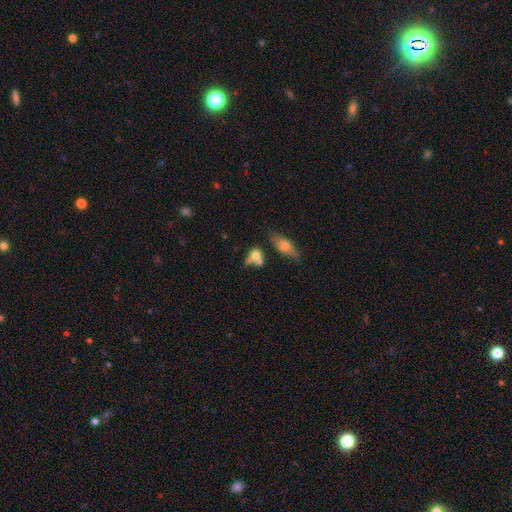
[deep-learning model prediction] Smooth or featured? Predicted: smooth (p=0.69). How rounded? Predicted: in between (p=0.49). Merging? Predicted: merger (p=0.42).